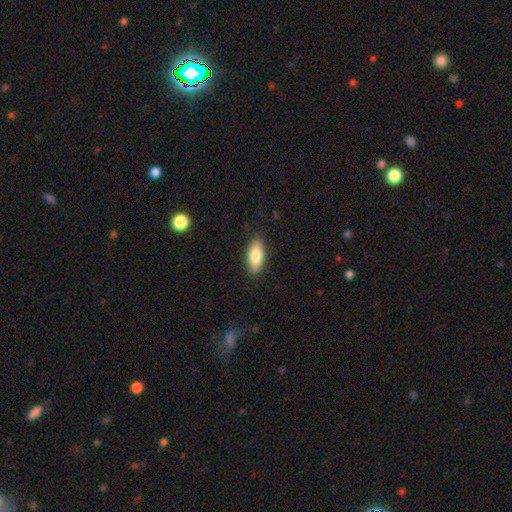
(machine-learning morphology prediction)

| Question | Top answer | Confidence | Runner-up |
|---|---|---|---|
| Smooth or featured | smooth | 79% | featured or disk (15%) |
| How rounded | in between | 79% | cigar-shaped (18%) |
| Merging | none | 88% | minor disturbance (9%) |